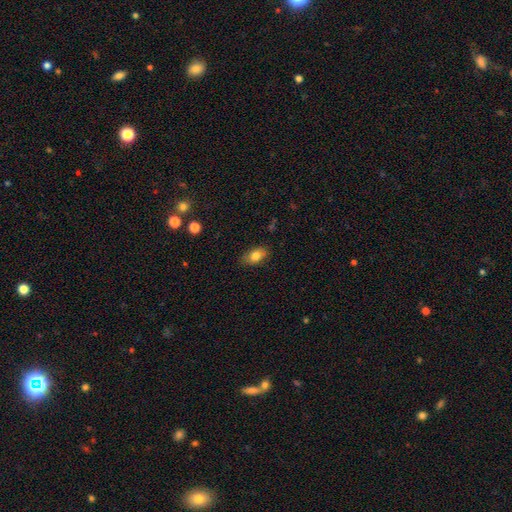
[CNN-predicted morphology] The model was most divided on "merging": none: 83%, minor disturbance: 14%, major disturbance: 3%, merger: 1%. More confident: how rounded — in between (89%); smooth or featured — smooth (81%).